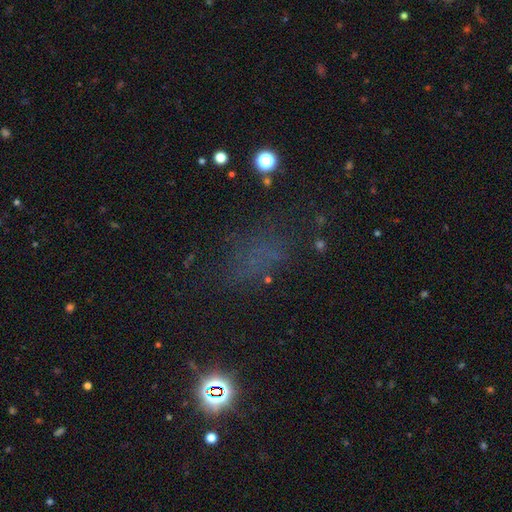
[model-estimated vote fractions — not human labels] star or artifact 47%, smooth 40%, featured or disk 13%.